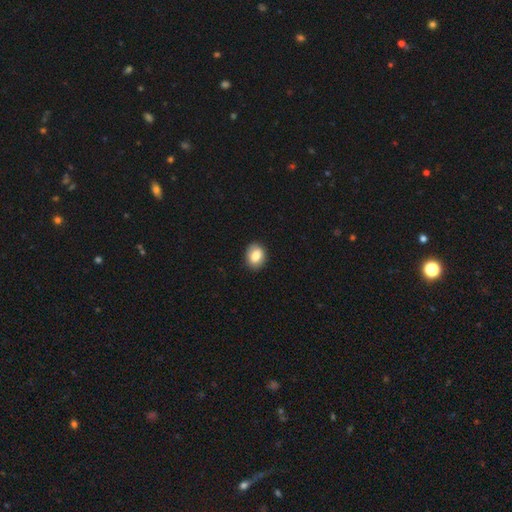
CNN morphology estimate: This appears to be a smooth galaxy with no disk features (81%) that is in between round and cigar-shaped (61%). Merging: none (87%).